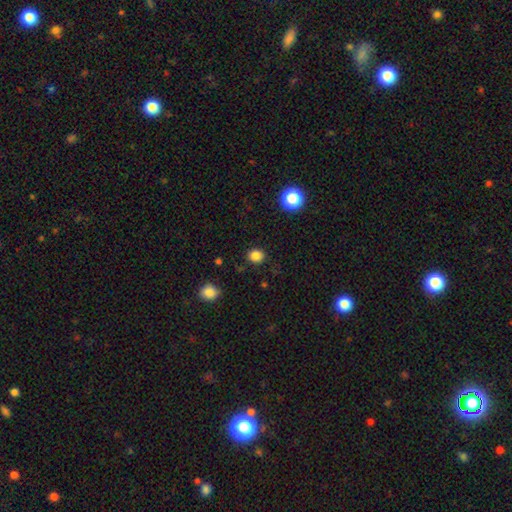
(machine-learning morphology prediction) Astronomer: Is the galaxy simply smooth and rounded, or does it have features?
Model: smooth — 84%.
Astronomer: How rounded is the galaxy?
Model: round — 77%.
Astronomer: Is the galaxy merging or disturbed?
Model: none — 88%.